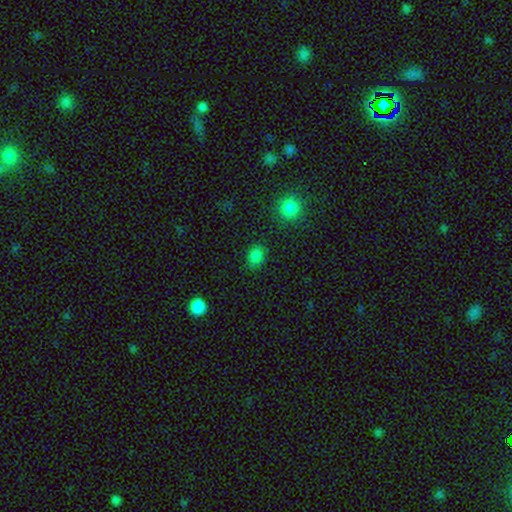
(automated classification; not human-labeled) smooth 83%, star or artifact 14%, featured or disk 3%. Down the decision tree: how rounded — in between (59%); merging — none (85%).